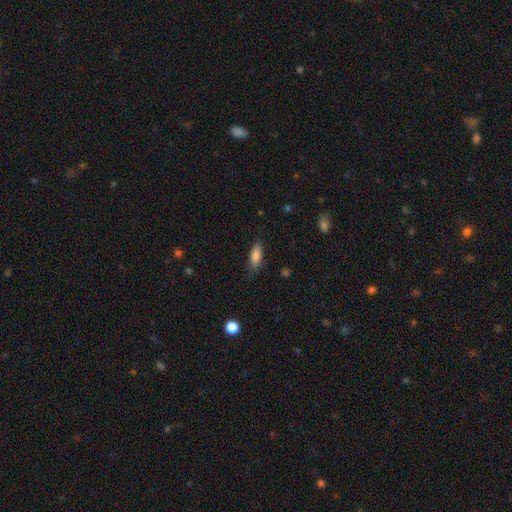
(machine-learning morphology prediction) This appears to be a smooth galaxy with no disk features (82%) that is in between round and cigar-shaped (66%). Merging: none (79%).